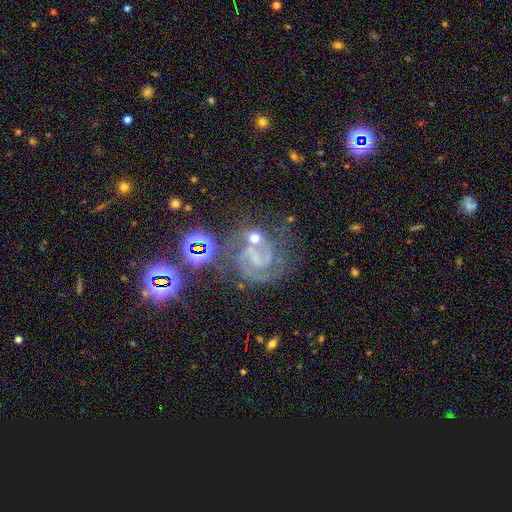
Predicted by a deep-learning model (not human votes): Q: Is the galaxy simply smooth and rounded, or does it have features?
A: featured or disk — 79%.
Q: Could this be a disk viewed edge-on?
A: no — 98%.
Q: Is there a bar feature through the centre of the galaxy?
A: weak — 48%.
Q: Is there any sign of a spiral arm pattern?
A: yes — 96%.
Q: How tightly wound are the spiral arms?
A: medium — 49%.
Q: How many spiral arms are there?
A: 2 — 74%.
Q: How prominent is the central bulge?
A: small — 44%.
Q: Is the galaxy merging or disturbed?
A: none — 54%.